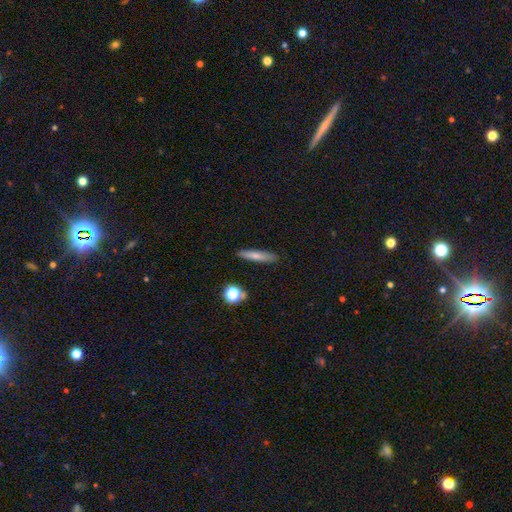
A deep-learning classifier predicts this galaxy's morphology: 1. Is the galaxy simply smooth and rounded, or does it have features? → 71% smooth, 20% featured or disk, 9% star or artifact.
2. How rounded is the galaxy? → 86% cigar-shaped, 12% in between, 2% round.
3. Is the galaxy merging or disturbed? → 86% none, 9% minor disturbance, 2% major disturbance, 2% merger.